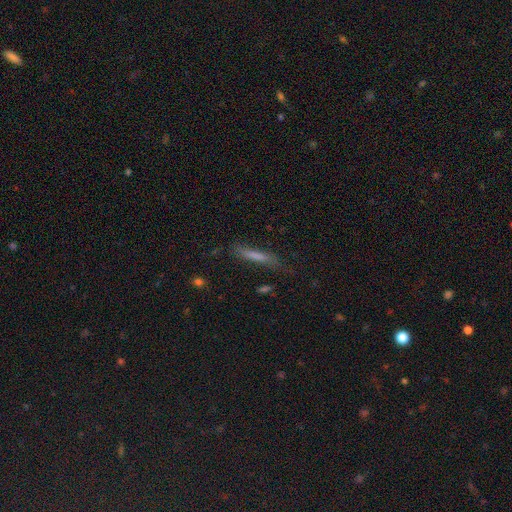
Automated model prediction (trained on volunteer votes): Smooth or featured? smooth (58%)
How rounded? cigar-shaped (92%)
Merging? none (74%)